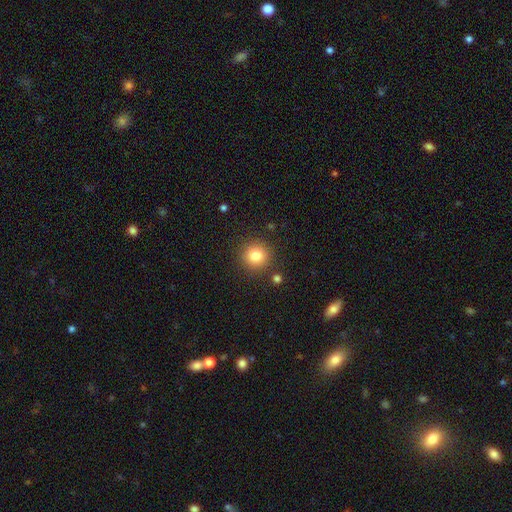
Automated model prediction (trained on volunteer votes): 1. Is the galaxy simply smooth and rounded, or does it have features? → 82% smooth, 11% star or artifact, 6% featured or disk.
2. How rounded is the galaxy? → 93% round, 6% in between, 1% cigar-shaped.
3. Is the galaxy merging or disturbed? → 87% none, 7% minor disturbance, 3% merger, 3% major disturbance.